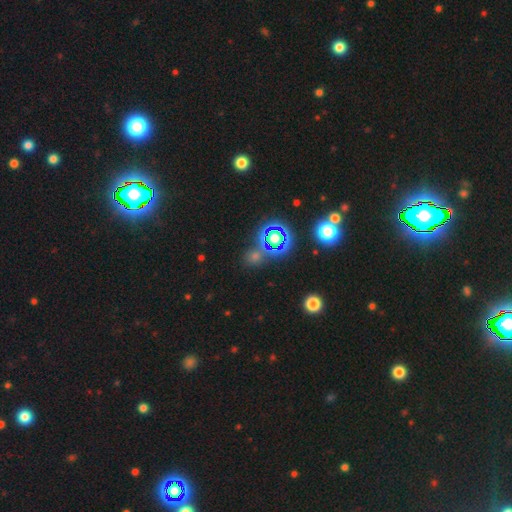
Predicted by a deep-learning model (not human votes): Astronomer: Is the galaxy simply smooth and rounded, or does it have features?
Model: star or artifact — 55% (runner-up: smooth, 37%).